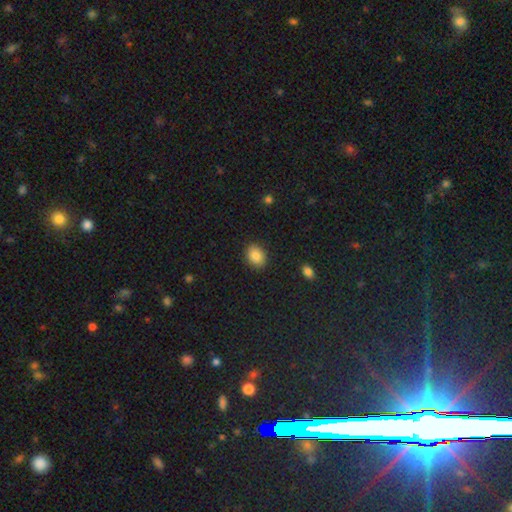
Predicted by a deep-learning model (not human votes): Smooth or featured: smooth — 86% (star or artifact — 9%)
How rounded: in between — 63% (round — 36%)
Merging: none — 89% (minor disturbance — 8%)